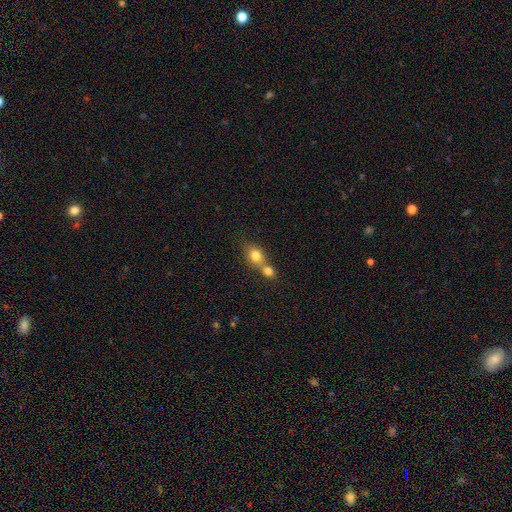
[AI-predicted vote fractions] A smooth galaxy with no disk features (78%) that is round (57%).

Vote fractions:
- Smooth or featured? smooth: 78% / featured or disk: 12% / star or artifact: 10%
- How rounded? round: 57% / in between: 41% / cigar-shaped: 2%
- Merging? merger: 64% / none: 27% / minor disturbance: 6% / major disturbance: 3%